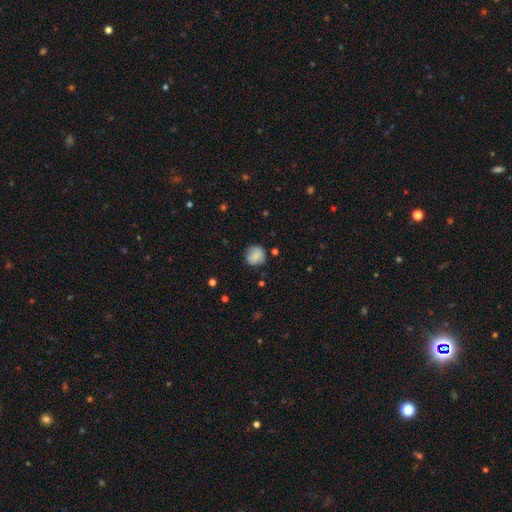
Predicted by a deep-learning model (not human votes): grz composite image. It shows a smooth galaxy with no disk features (84%) that is round (86%). Merging: none (79%).